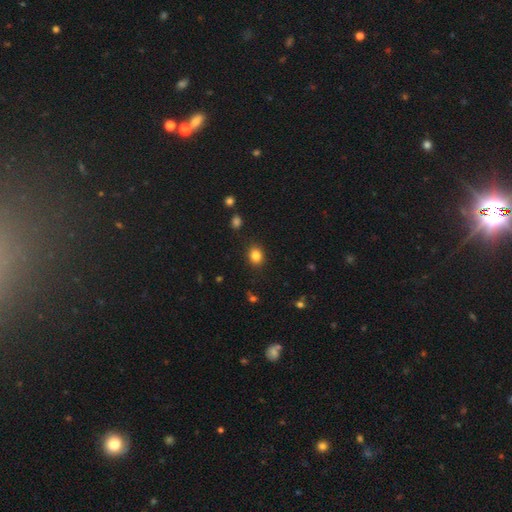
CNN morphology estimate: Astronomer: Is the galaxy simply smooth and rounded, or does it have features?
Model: smooth — 84%.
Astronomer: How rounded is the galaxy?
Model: round — 57% (runner-up: in between, 43%).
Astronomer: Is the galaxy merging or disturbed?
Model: none — 88%.